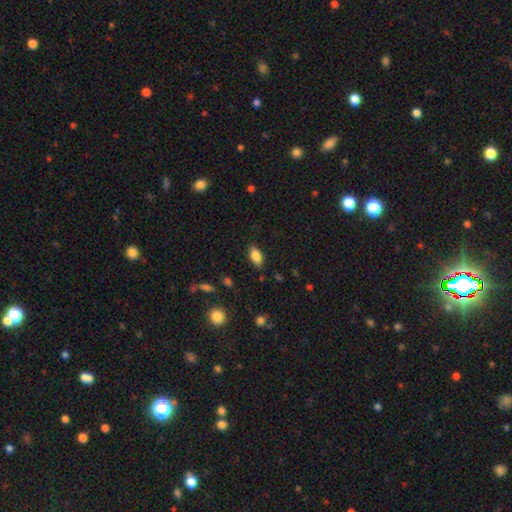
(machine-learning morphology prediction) Smooth or featured? smooth (85%)
How rounded? in between (90%)
Merging? none (84%)